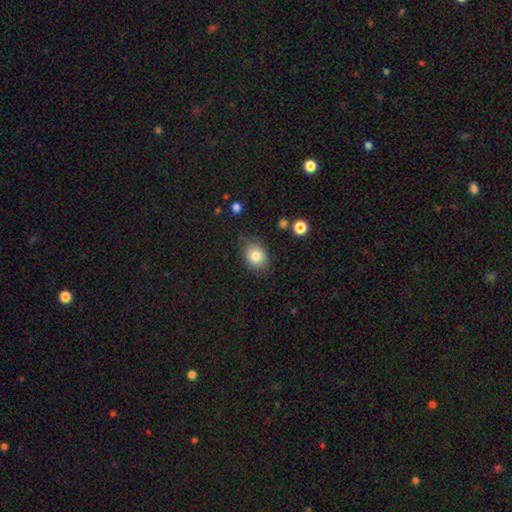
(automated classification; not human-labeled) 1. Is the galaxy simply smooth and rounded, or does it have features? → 83% smooth, 9% star or artifact, 8% featured or disk.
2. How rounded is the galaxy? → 56% in between, 43% round, 1% cigar-shaped.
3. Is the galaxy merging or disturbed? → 77% none, 17% minor disturbance, 4% major disturbance, 2% merger.